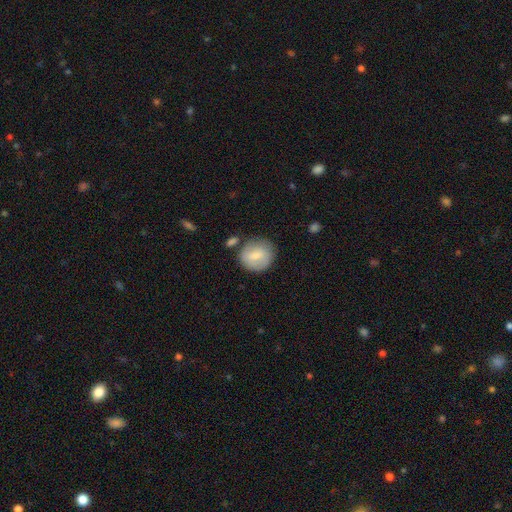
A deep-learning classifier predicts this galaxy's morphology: Smooth or featured? Predicted: smooth (p=0.75). How rounded? Predicted: round (p=0.83). Merging? Predicted: none (p=0.72).